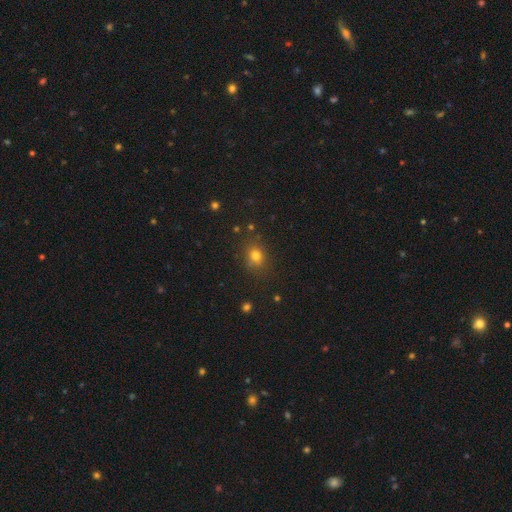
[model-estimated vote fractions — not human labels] Overall: smooth (77%). How rounded: round (58%; in between 41%). Merging: none (79%).